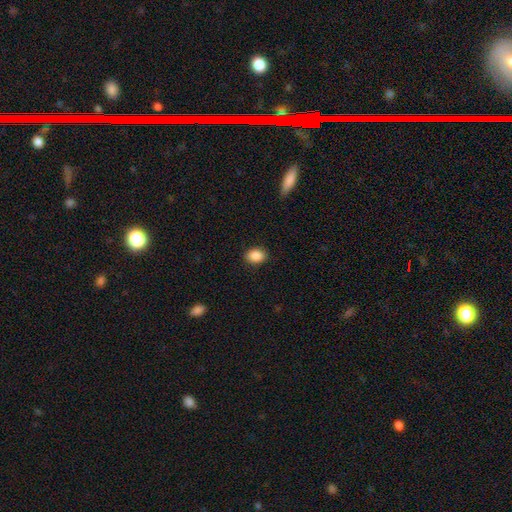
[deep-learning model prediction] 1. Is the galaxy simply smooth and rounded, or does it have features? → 88% smooth, 8% star or artifact, 3% featured or disk.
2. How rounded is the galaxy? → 60% in between, 39% round, 1% cigar-shaped.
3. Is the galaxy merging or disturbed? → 89% none, 8% minor disturbance, 2% major disturbance, 1% merger.